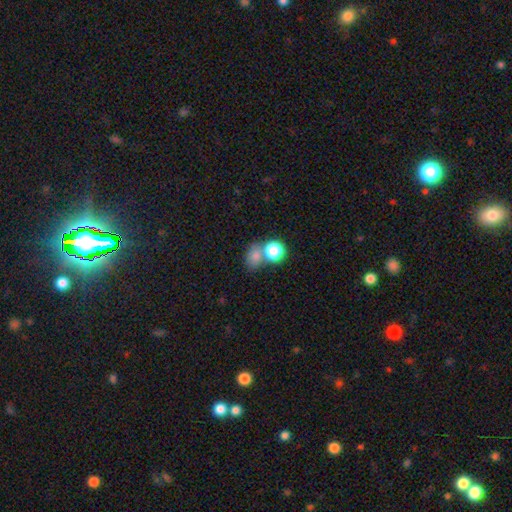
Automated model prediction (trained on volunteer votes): A smooth galaxy with no disk features (77%) that is round (54%). Merging: none (46%).